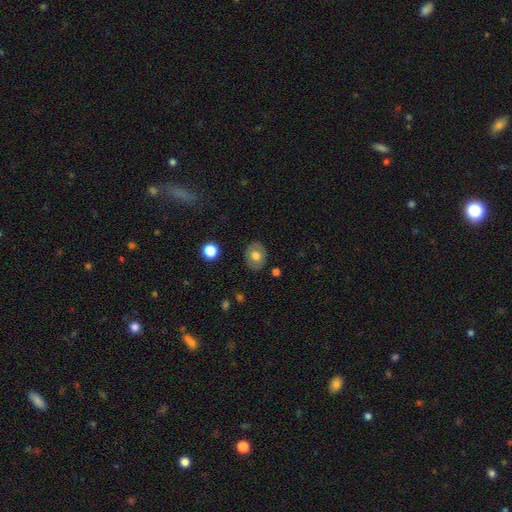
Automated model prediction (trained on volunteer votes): smooth_or_featured: smooth (p=0.67) [alt: featured or disk p=0.25]
how_rounded: in between (p=0.50) [tied with: round p=0.50]
merging: none (p=0.84) [alt: minor disturbance p=0.12]